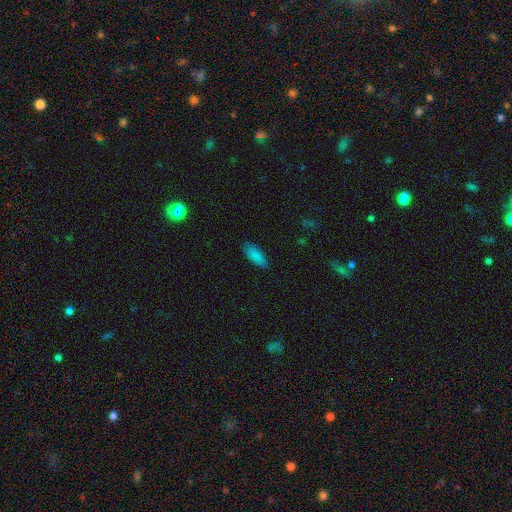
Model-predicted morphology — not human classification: smooth-or-featured: smooth: 87% | star or artifact: 7% | featured or disk: 6%
  how-rounded: in between: 71% | cigar-shaped: 28% | round: 2%
  merging: none: 86% | minor disturbance: 11% | major disturbance: 2% | merger: 1%